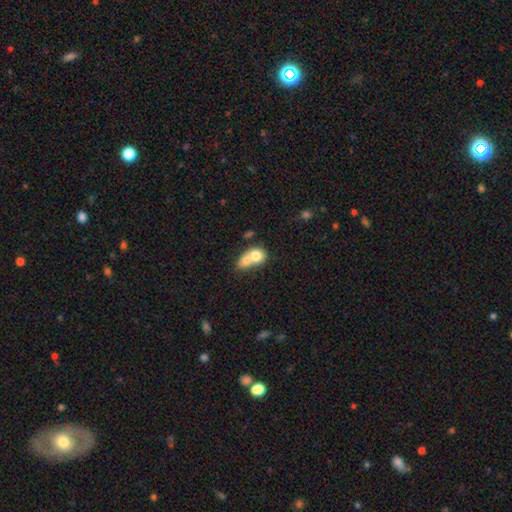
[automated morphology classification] Smooth or featured: smooth — 71% (featured or disk — 21%)
How rounded: round — 60% (in between — 38%)
Merging: merger — 74% (none — 17%)